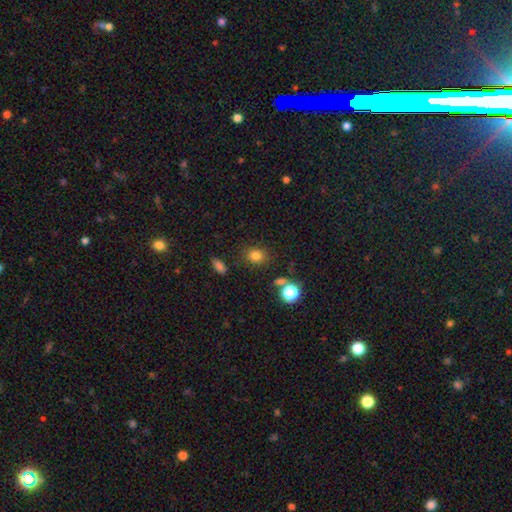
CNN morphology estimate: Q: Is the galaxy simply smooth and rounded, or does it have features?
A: smooth — 78%.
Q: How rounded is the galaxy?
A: round — 64%.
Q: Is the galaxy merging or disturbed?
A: none — 81%.